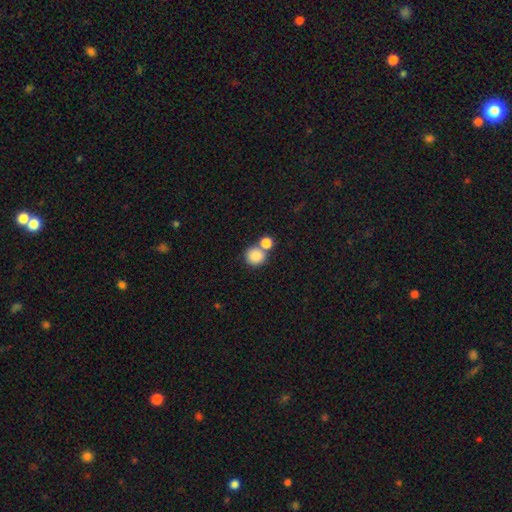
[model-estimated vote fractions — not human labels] This appears to be a smooth galaxy with no disk features (85%) that is round (87%). Merging: none (54%).